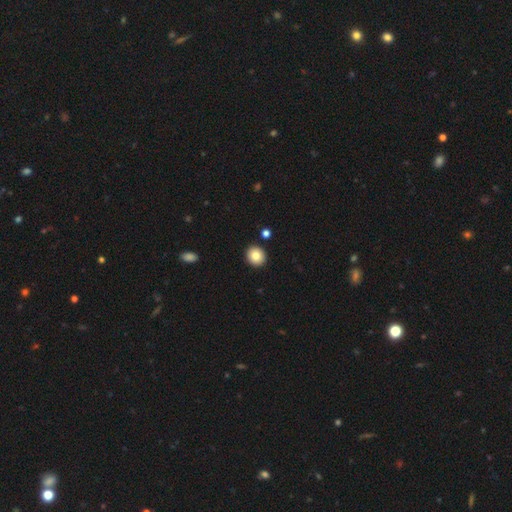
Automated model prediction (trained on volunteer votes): smooth-or-featured: smooth: 83% | star or artifact: 9% | featured or disk: 8%
  how-rounded: round: 89% | in between: 10% | cigar-shaped: 1%
  merging: none: 91% | minor disturbance: 5% | merger: 2% | major disturbance: 2%